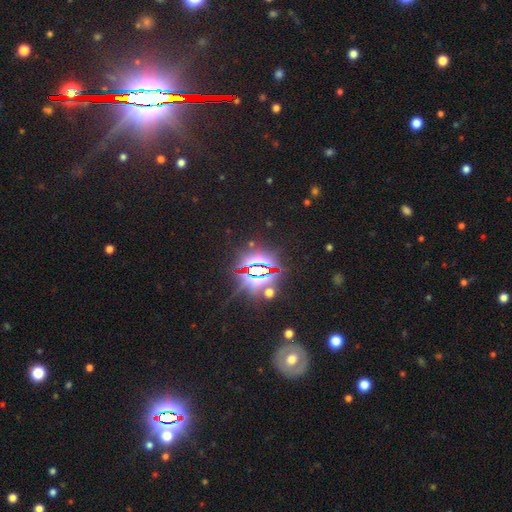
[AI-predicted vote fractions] star or artifact 82%, featured or disk 10%, smooth 8%.